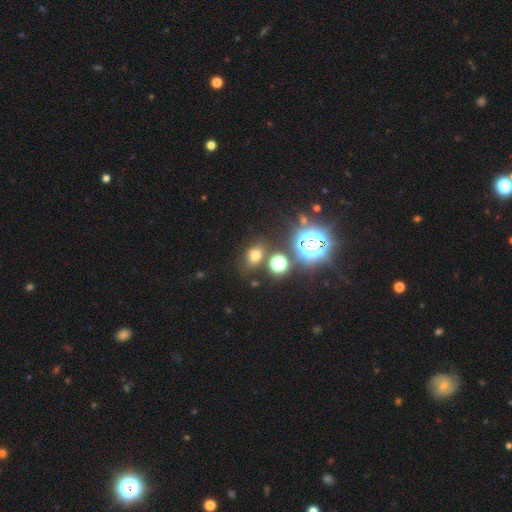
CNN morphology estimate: The model was most divided on "how rounded": in between: 55%, round: 44%, cigar-shaped: 2%. More confident: merging — none (74%); smooth or featured — smooth (59%).